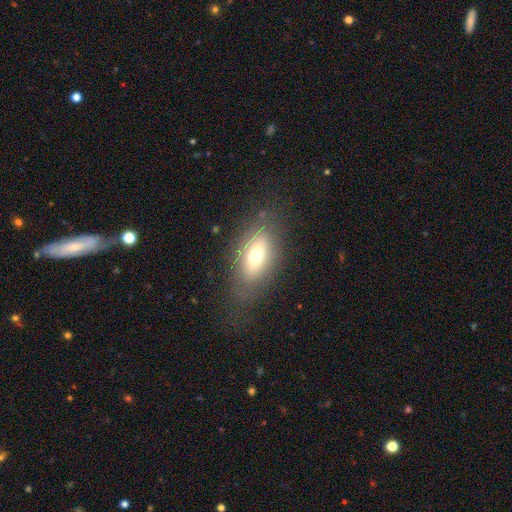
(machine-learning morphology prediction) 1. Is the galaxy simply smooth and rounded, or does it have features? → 63% smooth, 27% featured or disk, 10% star or artifact.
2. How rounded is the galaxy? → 86% in between, 7% cigar-shaped, 6% round.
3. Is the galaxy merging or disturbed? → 69% none, 19% minor disturbance, 10% major disturbance, 2% merger.